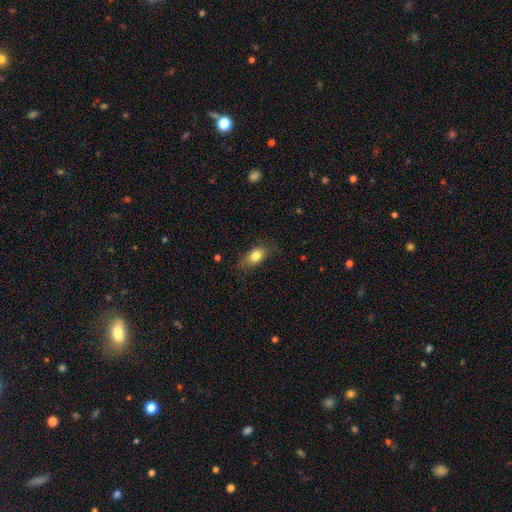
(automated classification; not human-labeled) A smooth galaxy with no disk features (81%) that is in between round and cigar-shaped (84%). Merging: none (76%).